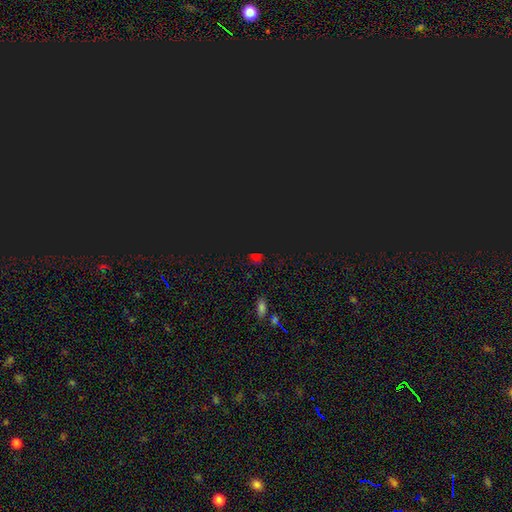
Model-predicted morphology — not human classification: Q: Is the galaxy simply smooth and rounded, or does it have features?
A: star or artifact — 71%.